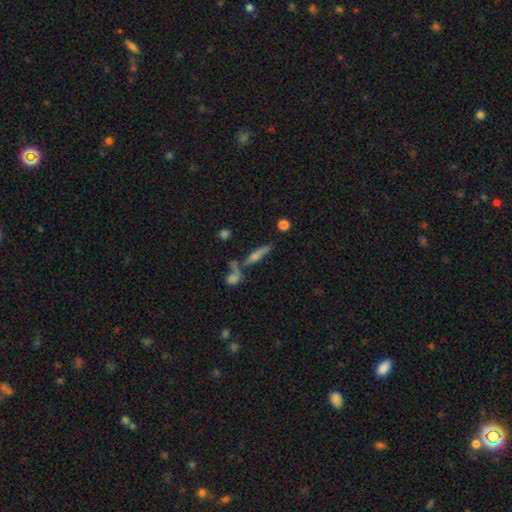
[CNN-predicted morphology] The model was most divided on "smooth or featured": featured or disk: 54%, smooth: 32%, star or artifact: 14%. More confident: edge-on disk — yes (91%); merging — none (64%).